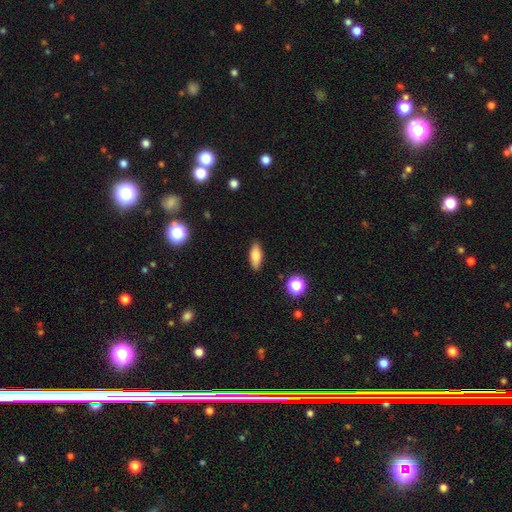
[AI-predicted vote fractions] Smooth or featured: smooth — 79% (featured or disk — 13%)
How rounded: in between — 74% (cigar-shaped — 22%)
Merging: none — 88% (minor disturbance — 9%)